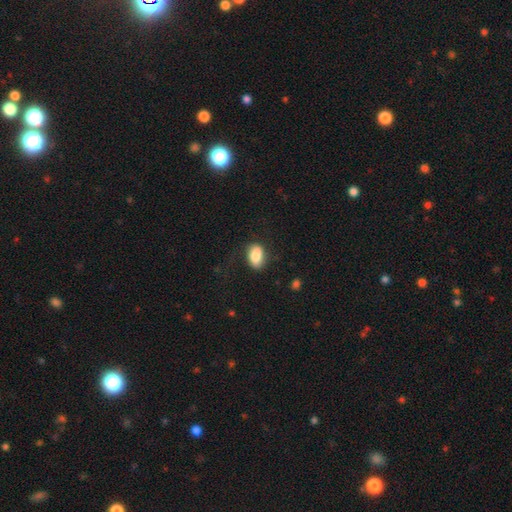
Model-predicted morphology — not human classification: This is clearly a smooth galaxy (84%). How rounded: clearly in between (89%). Merging: likely none (73%).